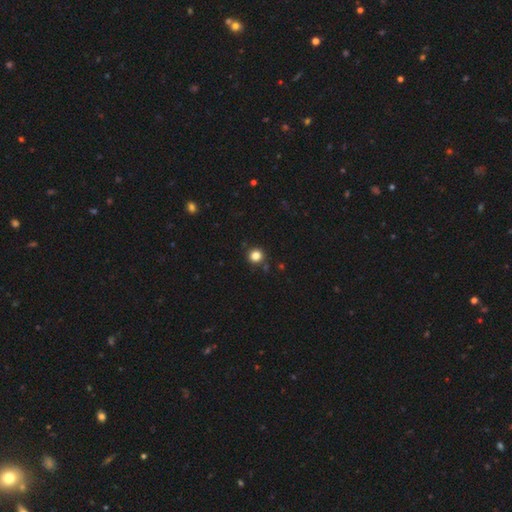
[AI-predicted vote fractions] This appears to be a smooth galaxy with no disk features (84%) that is round (92%). Merging: none (88%).